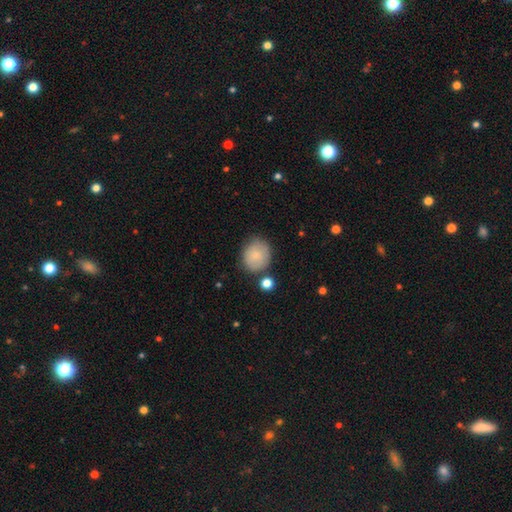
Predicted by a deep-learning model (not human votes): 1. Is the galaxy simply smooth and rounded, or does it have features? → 80% smooth, 13% featured or disk, 7% star or artifact.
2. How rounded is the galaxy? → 71% round, 28% in between, 1% cigar-shaped.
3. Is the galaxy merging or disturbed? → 72% none, 18% minor disturbance, 6% merger, 4% major disturbance.